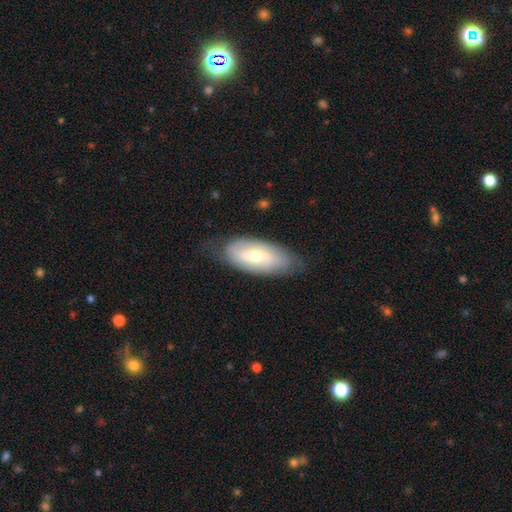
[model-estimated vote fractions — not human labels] Smooth or featured? Predicted: featured or disk (p=0.50). Merging? Predicted: none (p=0.73).